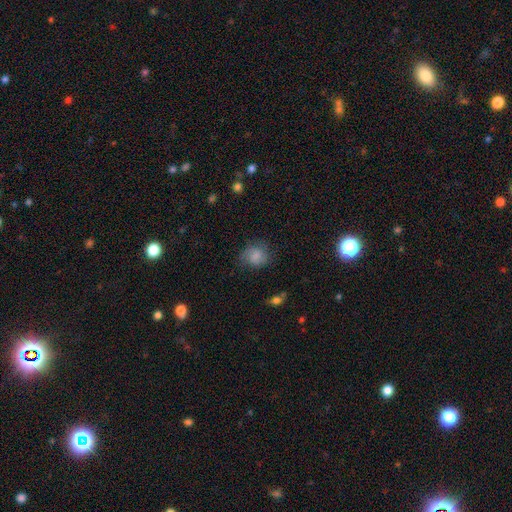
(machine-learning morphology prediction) Smooth or featured?
  - smooth: 67% *
  - featured or disk: 24%
  - star or artifact: 9%
How rounded?
  - round: 63% *
  - in between: 36%
  - cigar-shaped: 1%
Merging?
  - none: 65% *
  - minor disturbance: 23%
  - major disturbance: 10%
  - merger: 2%